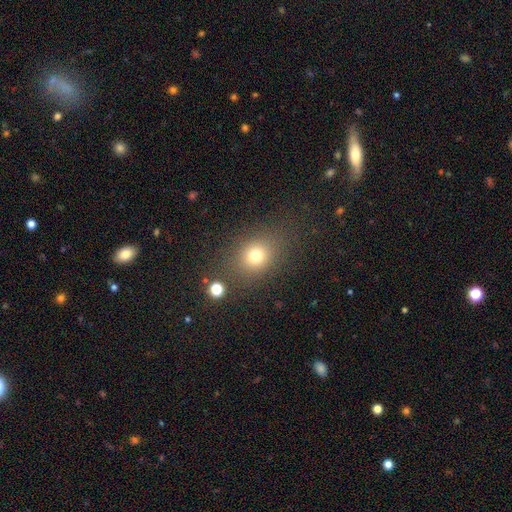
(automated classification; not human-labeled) Smooth or featured? Predicted: smooth (p=0.74). How rounded? Predicted: round (p=0.56). Merging? Predicted: none (p=0.79).